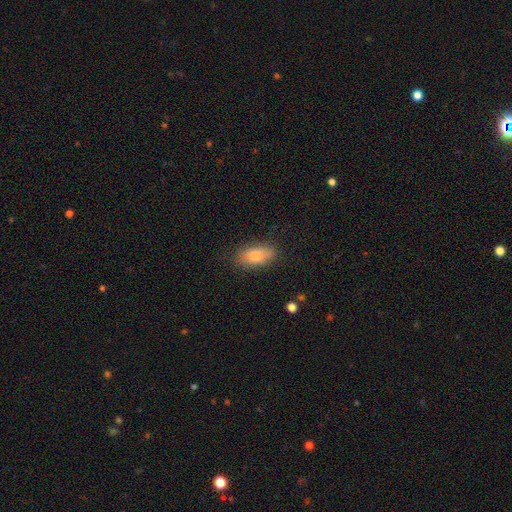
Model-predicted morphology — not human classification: type=smooth (81%); roundness=in between (88%); merging=none (79%).